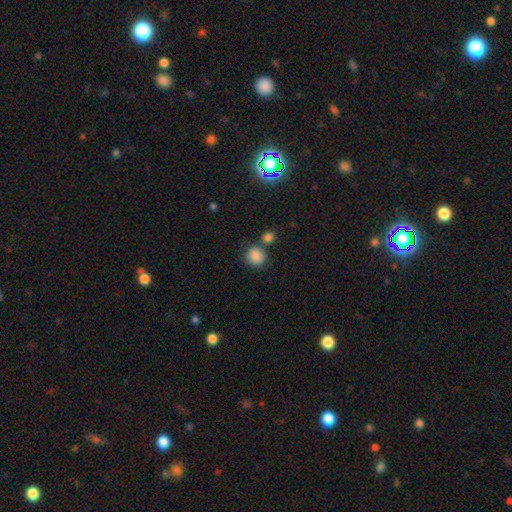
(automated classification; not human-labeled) Smooth or featured?
  - smooth: 86% *
  - star or artifact: 10%
  - featured or disk: 4%
How rounded?
  - round: 84% *
  - in between: 15%
  - cigar-shaped: 1%
Merging?
  - none: 69% *
  - merger: 15%
  - minor disturbance: 12%
  - major disturbance: 4%